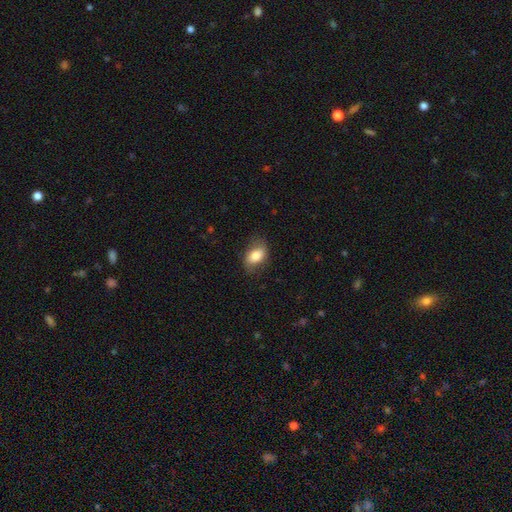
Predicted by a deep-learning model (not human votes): smooth-or-featured: smooth: 73% | featured or disk: 20% | star or artifact: 7%
  how-rounded: in between: 85% | round: 13% | cigar-shaped: 2%
  merging: none: 73% | minor disturbance: 20% | major disturbance: 6% | merger: 1%